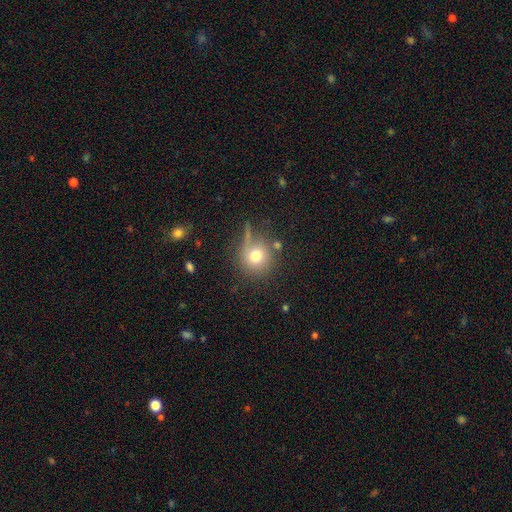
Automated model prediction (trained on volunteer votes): The model was most divided on "merging": none: 69%, minor disturbance: 15%, merger: 9%, major disturbance: 8%. More confident: how rounded — round (92%); smooth or featured — smooth (74%).